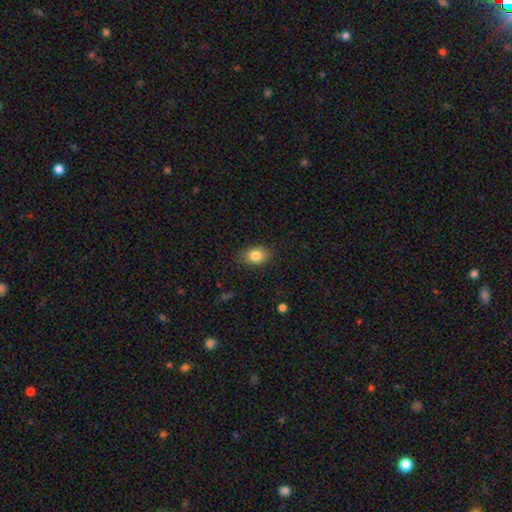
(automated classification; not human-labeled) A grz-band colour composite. It shows a smooth galaxy with no disk features (84%) that is in between round and cigar-shaped (68%). Merging: none (83%).